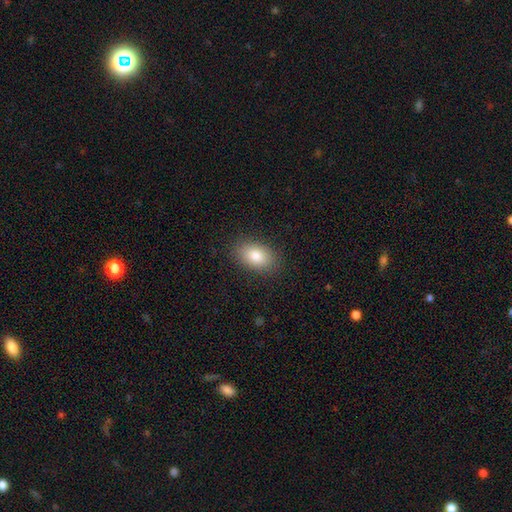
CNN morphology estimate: type=smooth (83%); roundness=in between (89%); merging=none (87%).